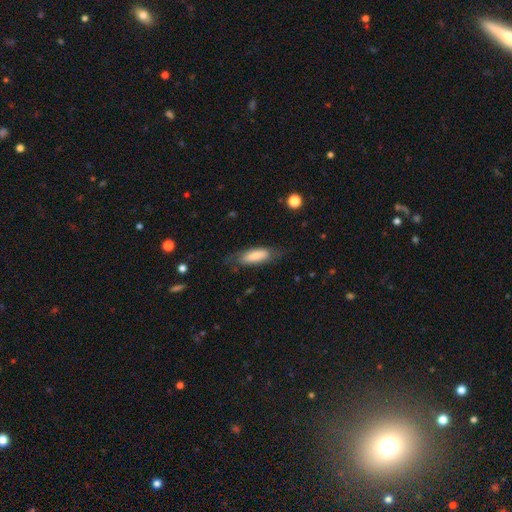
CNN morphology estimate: A smooth galaxy with no disk features (74%) that is in between round and cigar-shaped (59%). Merging: none (69%).